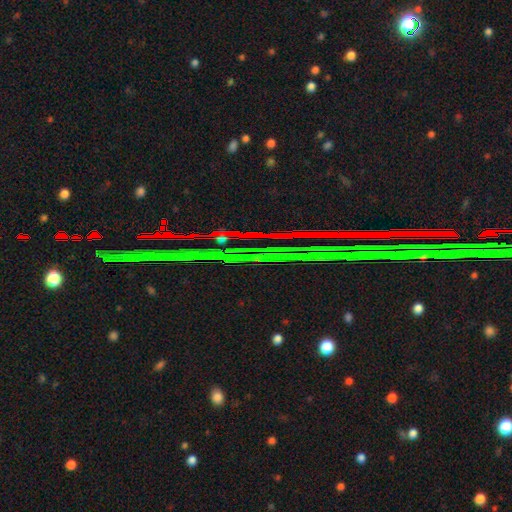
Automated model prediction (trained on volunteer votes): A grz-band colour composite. It shows a star or artifact, not a galaxy (83%).